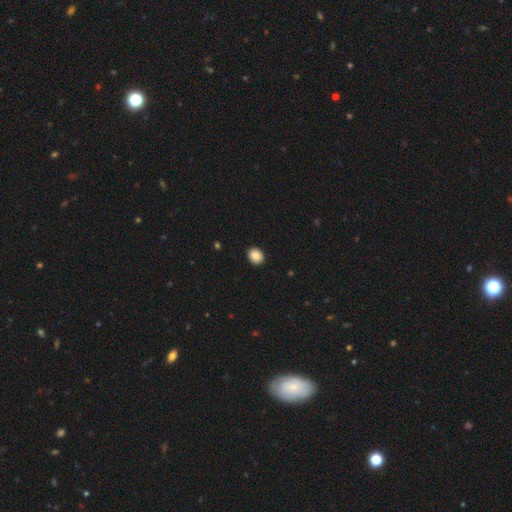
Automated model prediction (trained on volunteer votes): Smooth or featured? smooth (86%)
How rounded? round (63%)
Merging? none (92%)